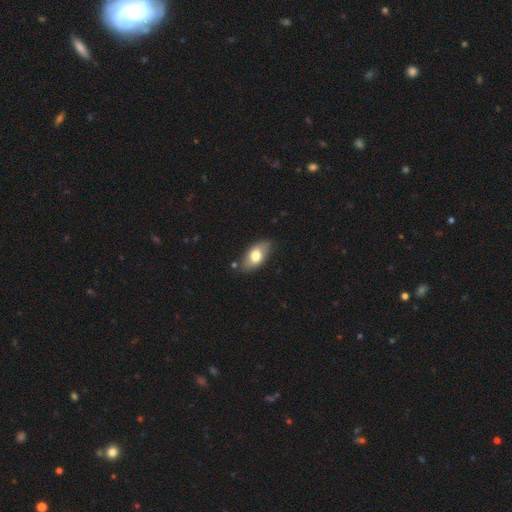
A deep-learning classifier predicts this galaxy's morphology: Smooth or featured? Predicted: smooth (p=0.72). How rounded? Predicted: in between (p=0.91). Merging? Predicted: none (p=0.80).